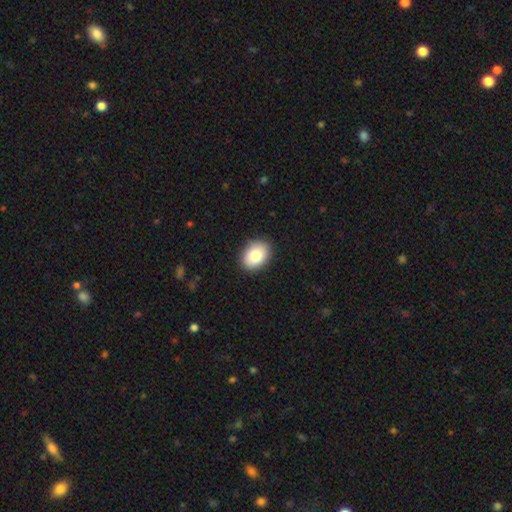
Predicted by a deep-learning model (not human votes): Smooth or featured? Predicted: smooth (p=0.82). How rounded? Predicted: in between (p=0.70). Merging? Predicted: none (p=0.89).